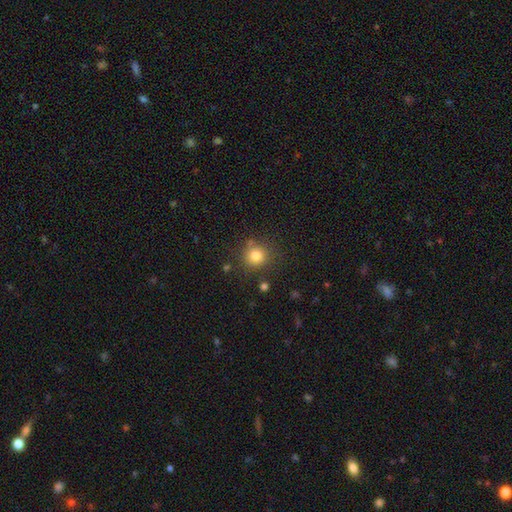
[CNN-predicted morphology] Smooth or featured? Predicted: smooth (p=0.81). How rounded? Predicted: round (p=0.91). Merging? Predicted: none (p=0.80).